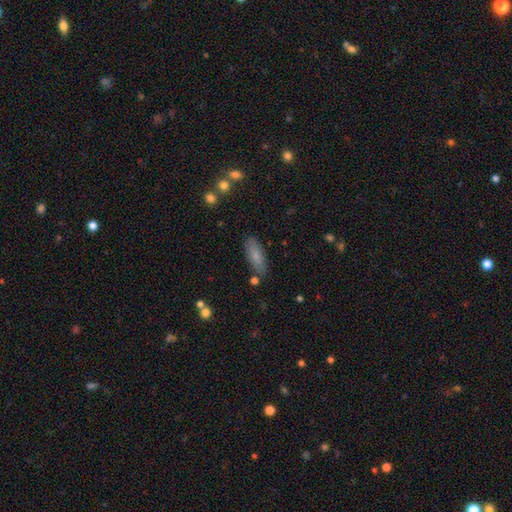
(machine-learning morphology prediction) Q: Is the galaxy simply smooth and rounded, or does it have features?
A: smooth — 79%.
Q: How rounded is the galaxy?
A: in between — 66%.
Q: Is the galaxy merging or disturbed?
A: none — 82%.